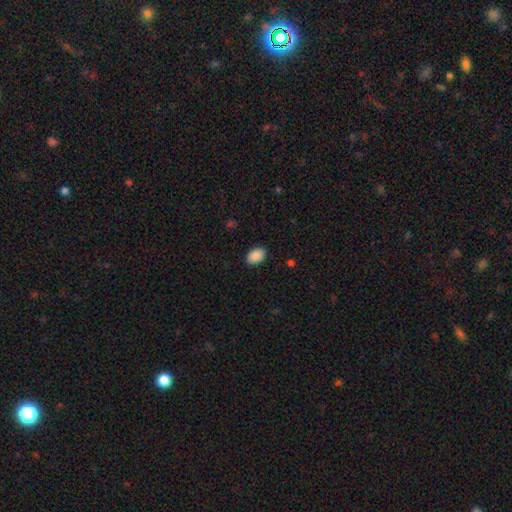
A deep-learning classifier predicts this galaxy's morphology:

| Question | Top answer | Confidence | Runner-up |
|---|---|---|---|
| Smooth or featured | smooth | 90% | star or artifact (7%) |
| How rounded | in between | 87% | round (12%) |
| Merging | none | 89% | minor disturbance (8%) |